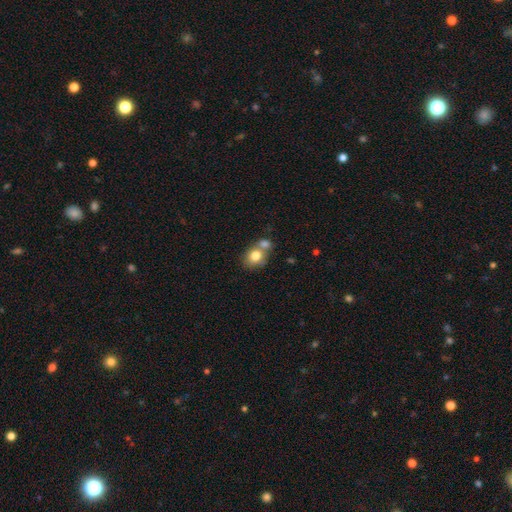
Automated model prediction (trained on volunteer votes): smooth_or_featured: smooth (p=0.79) [alt: featured or disk p=0.12]
how_rounded: round (p=0.59) [alt: in between p=0.40]
merging: merger (p=0.44) [alt: none p=0.41]